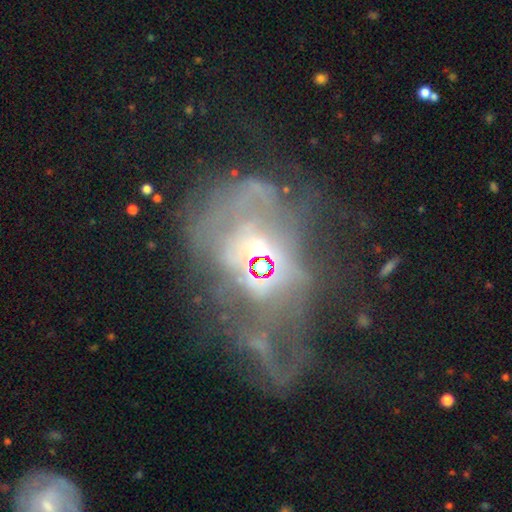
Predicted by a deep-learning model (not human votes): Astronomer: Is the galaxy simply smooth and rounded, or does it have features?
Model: featured or disk — 59%.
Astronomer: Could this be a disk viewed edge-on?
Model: no — 95%.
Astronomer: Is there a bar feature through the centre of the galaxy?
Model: no — 74%.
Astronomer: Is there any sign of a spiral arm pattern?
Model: no — 66%.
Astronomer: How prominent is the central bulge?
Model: moderate — 44% (runner-up: small, 25%).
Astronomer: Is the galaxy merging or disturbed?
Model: major disturbance — 47% (runner-up: merger, 22%).